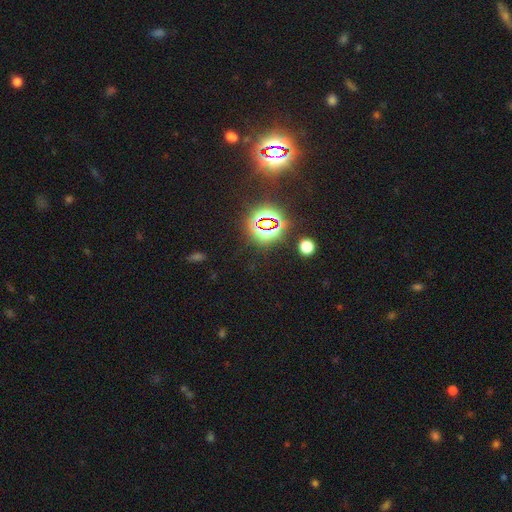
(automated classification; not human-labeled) Smooth or featured? star or artifact (79%)